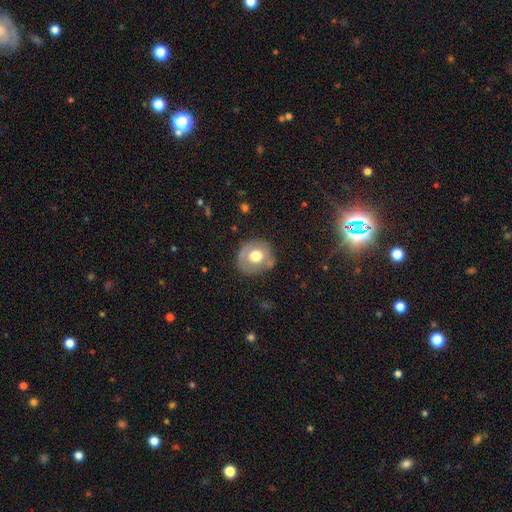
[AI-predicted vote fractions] This is possibly a smooth galaxy (59%). How rounded: clearly round (81%). Merging: likely none (71%).